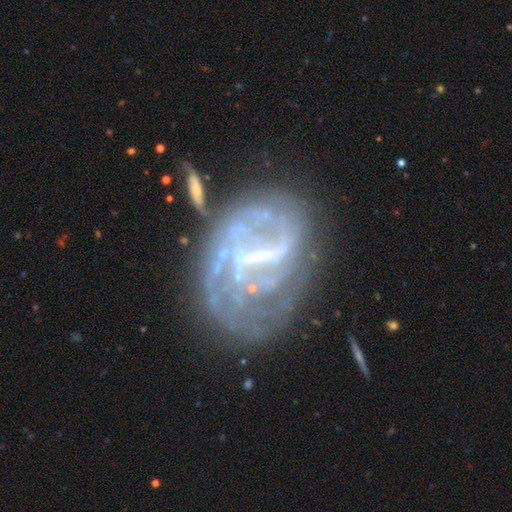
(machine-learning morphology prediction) featured or disk 80%, smooth 11%, star or artifact 9%. Down the decision tree: edge-on disk — no (97%); bar — strong (43%); spiral arms — yes (67%); spiral arm count — can't tell (41%); spiral winding — medium (35%); bulge size — small (42%); merging — none (44%).